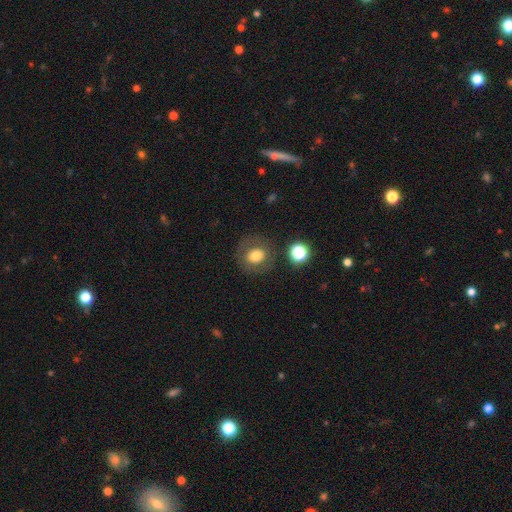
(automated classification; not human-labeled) Smooth or featured? smooth (69%)
How rounded? round (78%)
Merging? none (79%)